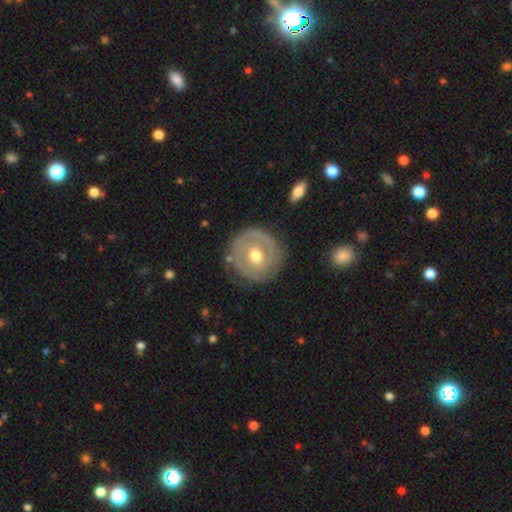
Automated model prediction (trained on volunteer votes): Overall: featured or disk (70%). Edge-on disk: no (97%). Bar: no (61%; weak 31%). Spiral arms: yes (62%; no 38%). Bulge size: moderate (78%). Merging: none (78%).